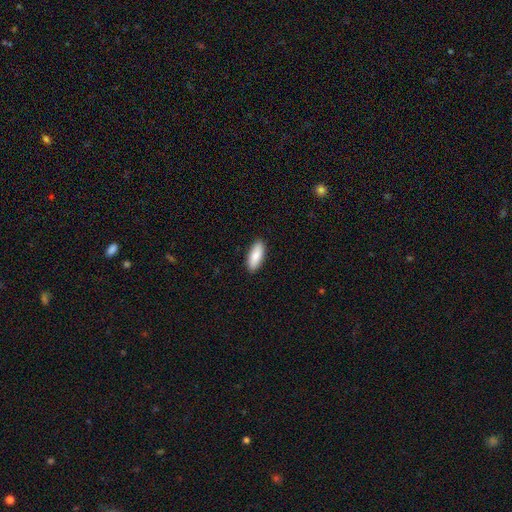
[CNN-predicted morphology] The model was most divided on "how rounded": in between: 75%, cigar-shaped: 23%, round: 2%. More confident: merging — none (90%); smooth or featured — smooth (87%).